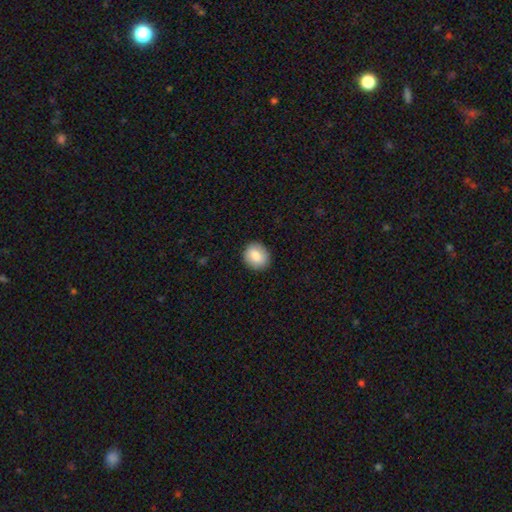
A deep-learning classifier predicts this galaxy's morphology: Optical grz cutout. It shows a smooth galaxy with no disk features (79%) that is round (74%). Merging: none (88%).